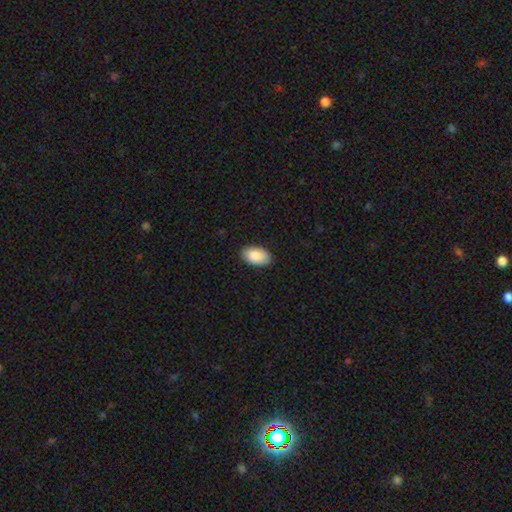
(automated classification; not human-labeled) This is clearly a smooth galaxy (89%). How rounded: clearly in between (94%). Merging: clearly none (88%).